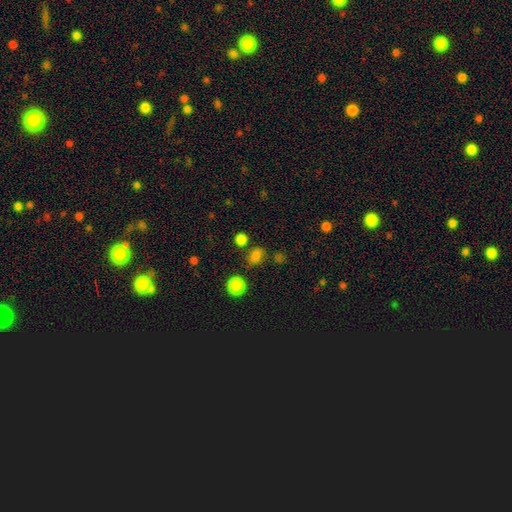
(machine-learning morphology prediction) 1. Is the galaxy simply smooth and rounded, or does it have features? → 79% smooth, 17% star or artifact, 5% featured or disk.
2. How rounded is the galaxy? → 50% round, 48% in between, 2% cigar-shaped.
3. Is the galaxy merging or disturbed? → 77% none, 12% minor disturbance, 6% merger, 5% major disturbance.